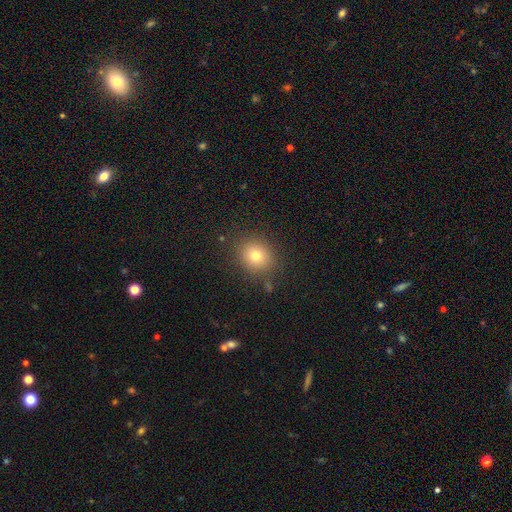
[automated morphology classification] Overall: smooth (76%). How rounded: round (77%). Merging: none (86%).